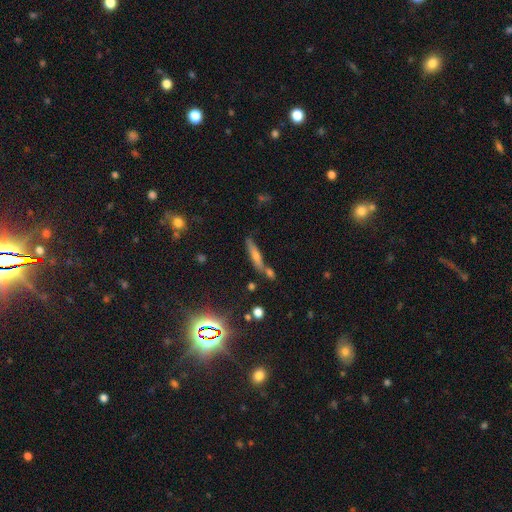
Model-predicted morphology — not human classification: The model was most divided on "smooth or featured": smooth: 42%, featured or disk: 40%, star or artifact: 18%. More confident: merging — none (66%).